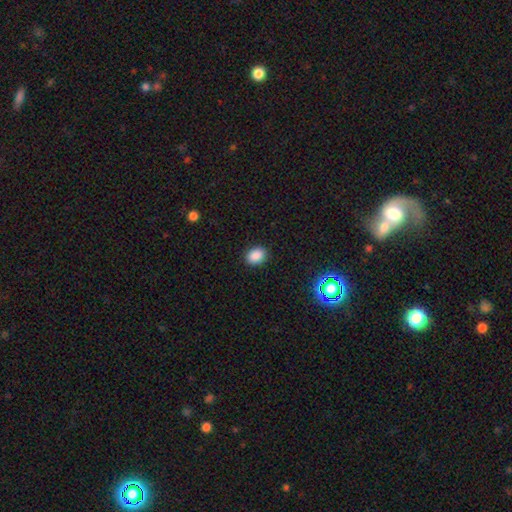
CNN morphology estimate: A smooth galaxy with no disk features (88%) that is in between round and cigar-shaped (60%). Merging: none (90%).